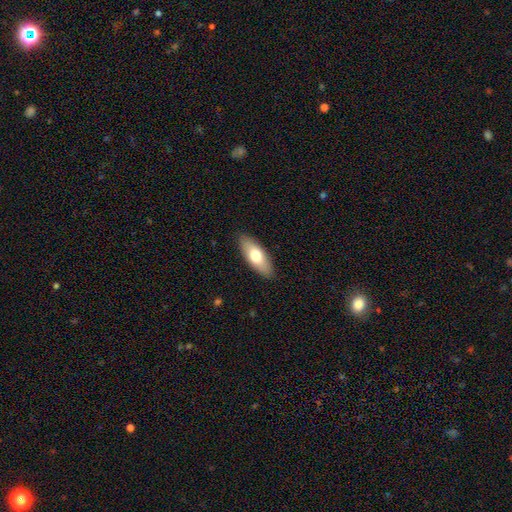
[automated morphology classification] A smooth galaxy with no disk features (71%) that is in between round and cigar-shaped (75%).

Vote fractions:
- Smooth or featured? smooth: 71% / featured or disk: 23% / star or artifact: 6%
- How rounded? in between: 75% / cigar-shaped: 22% / round: 2%
- Merging? none: 89% / minor disturbance: 9% / major disturbance: 2% / merger: 1%